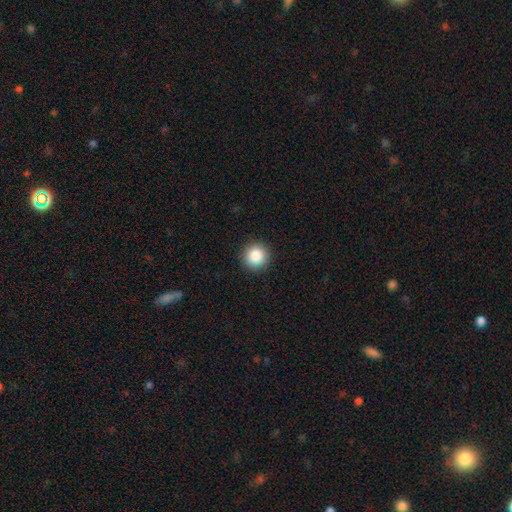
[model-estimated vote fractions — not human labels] Smooth or featured? smooth (87%)
How rounded? round (95%)
Merging? none (93%)